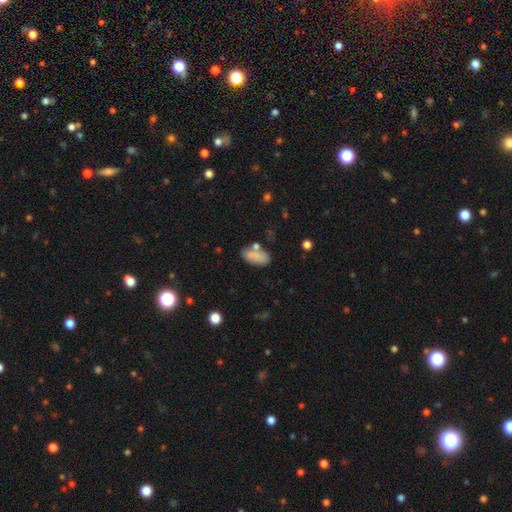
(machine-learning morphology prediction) type=smooth (78%); roundness=in between (90%); merging=none (56%).